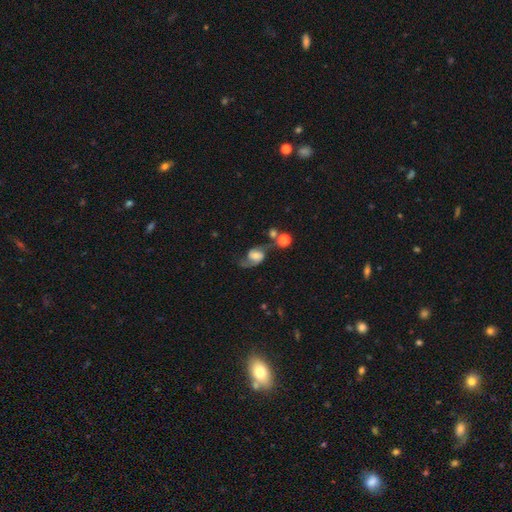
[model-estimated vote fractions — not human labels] smooth-or-featured: featured or disk: 75% | smooth: 16% | star or artifact: 9%
  disk-edge-on: no: 97% | yes: 3%
    bar: no: 48% | weak: 40% | strong: 12%
    has-spiral-arms: yes: 94% | no: 6%
      spiral-winding: loose: 51% | medium: 39% | tight: 10%
      spiral-arm-count: 2: 88% | 1: 6% | can't tell: 4% | 3: 1% | 4: 1% | more than 4: 1%
    bulge-size: moderate: 45% | small: 32% | large: 12% | none: 8% | dominant: 3%
  merging: none: 53% | minor disturbance: 19% | major disturbance: 16% | merger: 12%